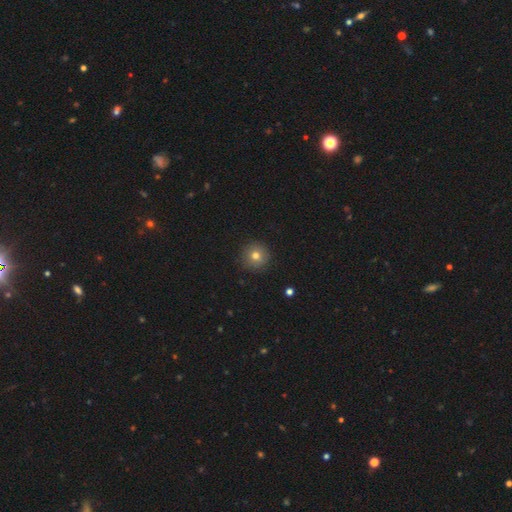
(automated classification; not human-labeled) smooth_or_featured: smooth (p=0.76) [alt: star or artifact p=0.13]
how_rounded: round (p=0.95) [alt: in between p=0.04]
merging: none (p=0.90) [alt: minor disturbance p=0.07]